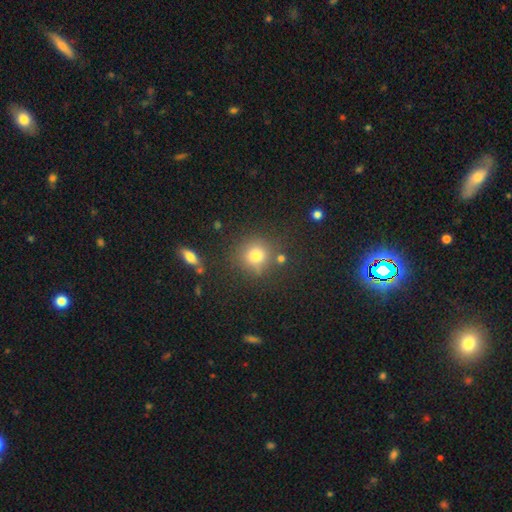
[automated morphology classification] smooth-or-featured: smooth: 78% | star or artifact: 14% | featured or disk: 8%
  how-rounded: round: 87% | in between: 12% | cigar-shaped: 1%
  merging: none: 76% | minor disturbance: 12% | merger: 8% | major disturbance: 4%